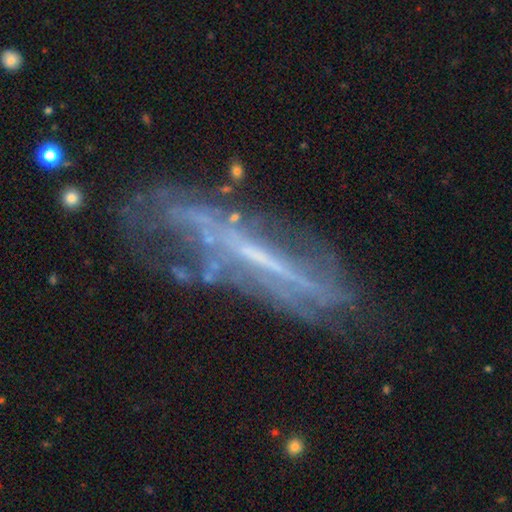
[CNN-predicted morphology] This appears to be a featured or disk galaxy (75%). Merging: none (54%).